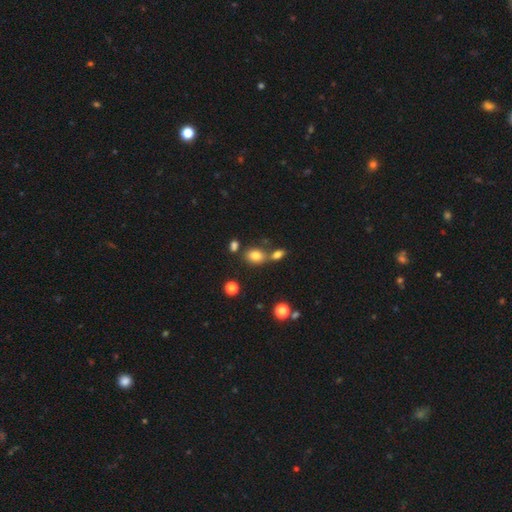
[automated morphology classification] smooth-or-featured: smooth: 79% | star or artifact: 12% | featured or disk: 9%
  how-rounded: in between: 66% | round: 33% | cigar-shaped: 2%
  merging: none: 59% | merger: 25% | minor disturbance: 12% | major disturbance: 4%